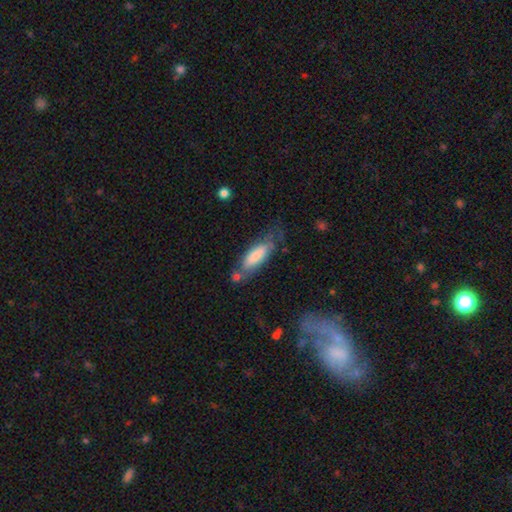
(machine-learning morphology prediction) Smooth or featured?
  - smooth: 68% *
  - featured or disk: 26%
  - star or artifact: 6%
How rounded?
  - in between: 56% *
  - cigar-shaped: 42%
  - round: 2%
Merging?
  - none: 51% *
  - minor disturbance: 25%
  - major disturbance: 12%
  - merger: 11%